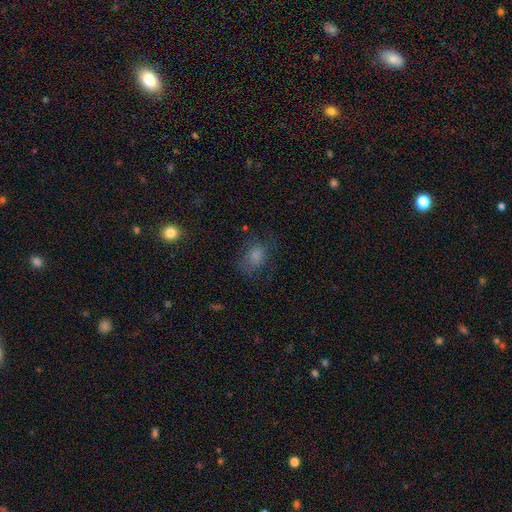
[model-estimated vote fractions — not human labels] Smooth or featured: smooth — 72% (featured or disk — 14%)
How rounded: in between — 62% (round — 36%)
Merging: none — 57% (minor disturbance — 23%)